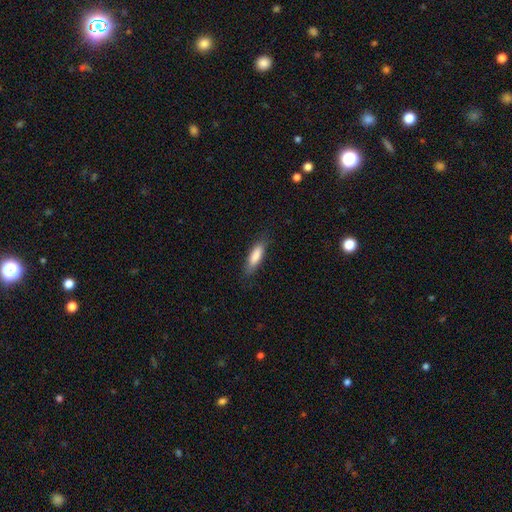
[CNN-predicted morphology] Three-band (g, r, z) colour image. It shows a smooth galaxy with no disk features (83%) that is cigar-shaped (54%). Merging: none (81%).